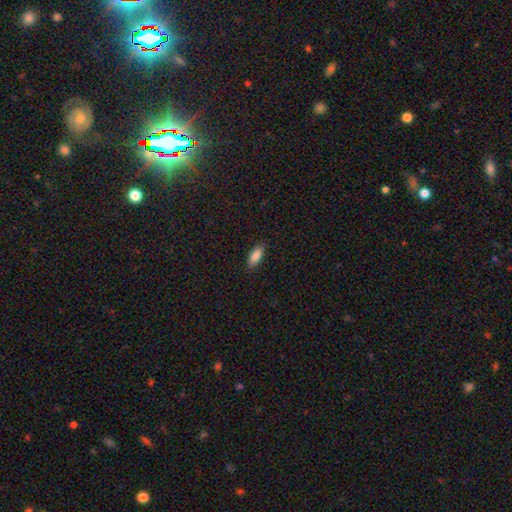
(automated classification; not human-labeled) smooth 86%, featured or disk 7%, star or artifact 7%. Down the decision tree: how rounded — in between (80%); merging — none (87%).